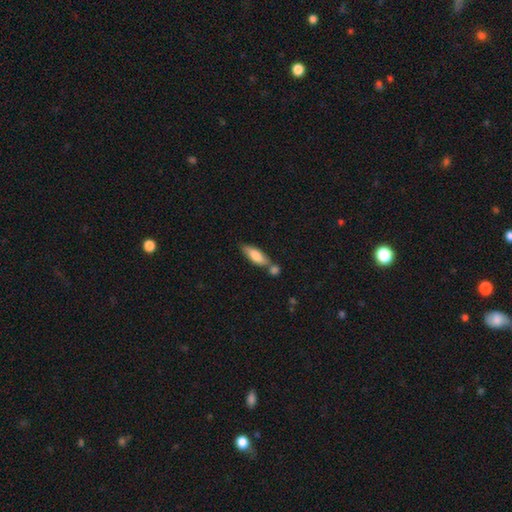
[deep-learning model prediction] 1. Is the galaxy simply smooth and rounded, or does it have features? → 78% smooth, 16% featured or disk, 6% star or artifact.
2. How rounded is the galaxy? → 61% in between, 37% cigar-shaped, 2% round.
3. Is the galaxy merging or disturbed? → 52% none, 30% merger, 14% minor disturbance, 4% major disturbance.